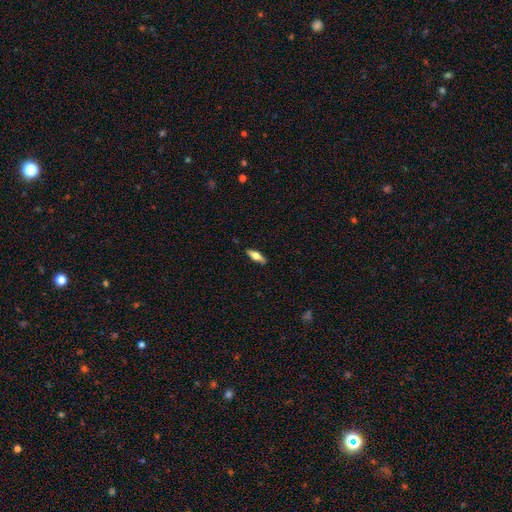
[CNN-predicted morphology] A smooth galaxy with no disk features (53%) that is in between round and cigar-shaped (53%). Merging: none (86%).